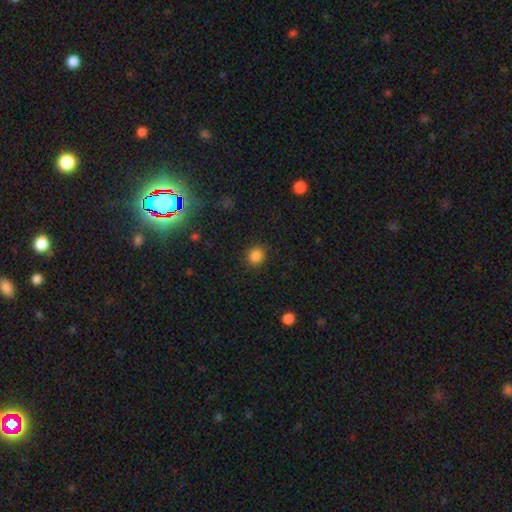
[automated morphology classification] Overall: smooth (85%). How rounded: round (80%). Merging: none (88%).